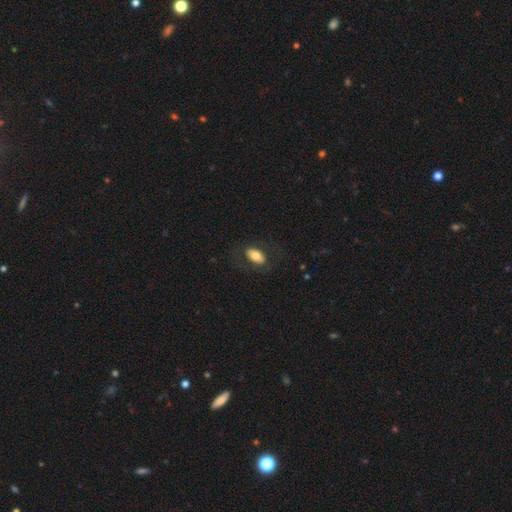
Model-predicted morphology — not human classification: Smooth or featured: smooth — 70% (featured or disk — 23%)
How rounded: in between — 91% (round — 6%)
Merging: none — 77% (minor disturbance — 13%)